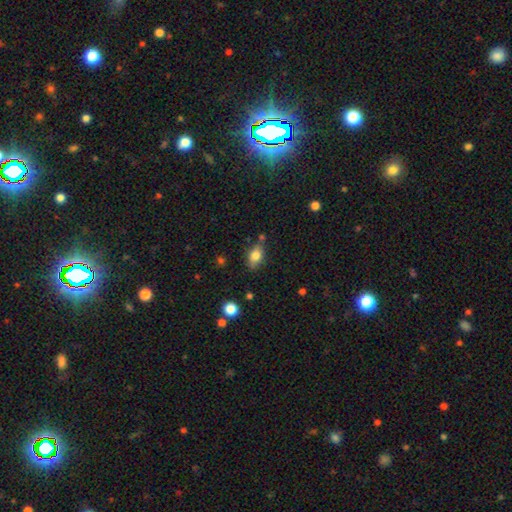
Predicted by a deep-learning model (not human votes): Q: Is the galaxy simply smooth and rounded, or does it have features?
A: smooth — 77%.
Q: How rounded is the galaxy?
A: in between — 84%.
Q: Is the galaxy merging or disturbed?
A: none — 72%.